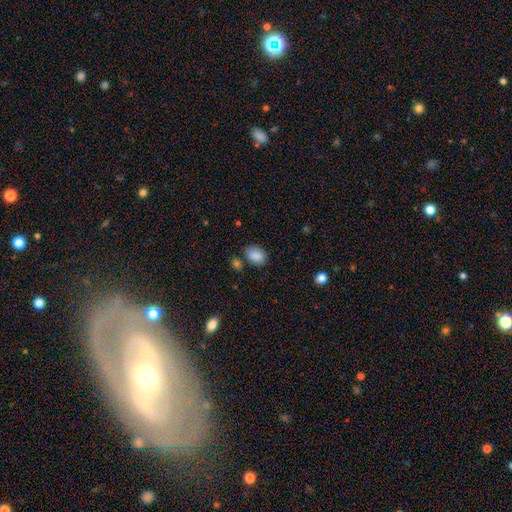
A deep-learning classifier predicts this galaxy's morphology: smooth-or-featured: smooth: 87% | star or artifact: 9% | featured or disk: 5%
  how-rounded: in between: 71% | round: 28% | cigar-shaped: 1%
  merging: none: 72% | minor disturbance: 16% | merger: 7% | major disturbance: 4%